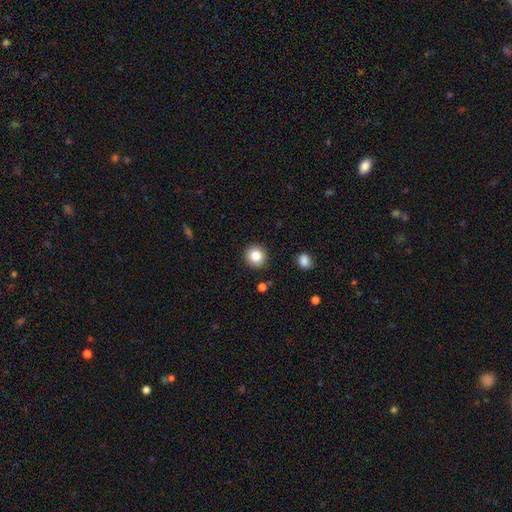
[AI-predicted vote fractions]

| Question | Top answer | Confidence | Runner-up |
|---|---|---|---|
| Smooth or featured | smooth | 83% | star or artifact (10%) |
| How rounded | round | 90% | in between (9%) |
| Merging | none | 91% | minor disturbance (6%) |